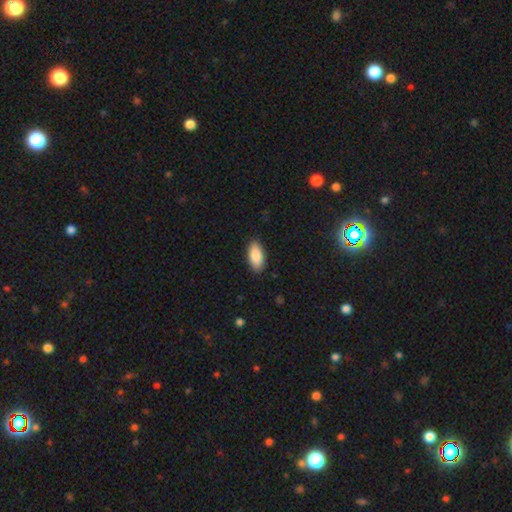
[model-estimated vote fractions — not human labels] Overall: smooth (88%). How rounded: in between (92%). Merging: none (88%).